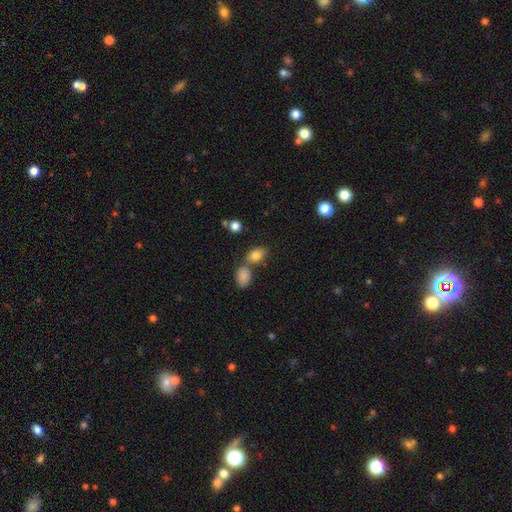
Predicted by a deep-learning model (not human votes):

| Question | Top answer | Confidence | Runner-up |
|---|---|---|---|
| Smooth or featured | smooth | 83% | star or artifact (10%) |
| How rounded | in between | 81% | round (18%) |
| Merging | none | 55% | merger (30%) |